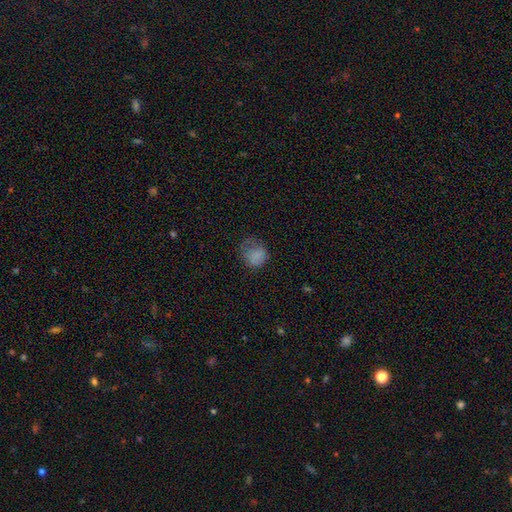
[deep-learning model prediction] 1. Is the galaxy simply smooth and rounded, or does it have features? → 78% smooth, 12% star or artifact, 10% featured or disk.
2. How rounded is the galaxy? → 72% round, 28% in between, 1% cigar-shaped.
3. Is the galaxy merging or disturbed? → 41% none, 31% minor disturbance, 26% major disturbance, 2% merger.